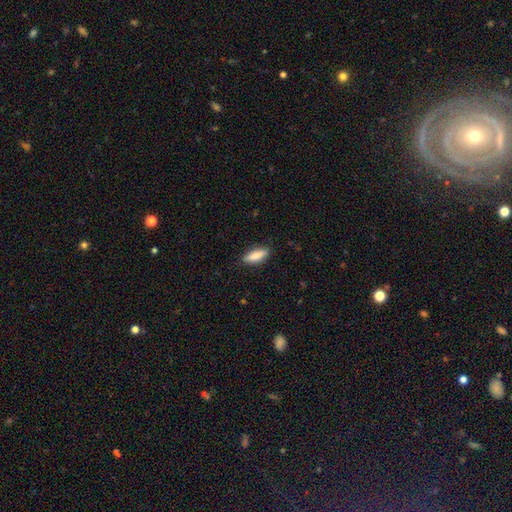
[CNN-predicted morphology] This appears to be a smooth galaxy with no disk features (84%) that is in between round and cigar-shaped (51%). Merging: none (86%).